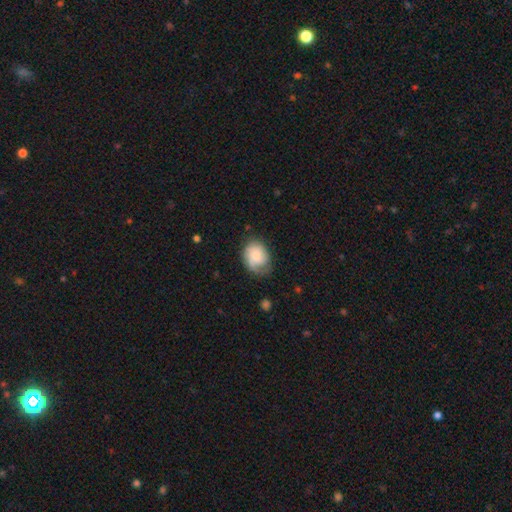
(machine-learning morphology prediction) Overall: smooth (53%; featured or disk 39%). How rounded: in between (57%; round 42%). Merging: none (60%; minor disturbance 27%).